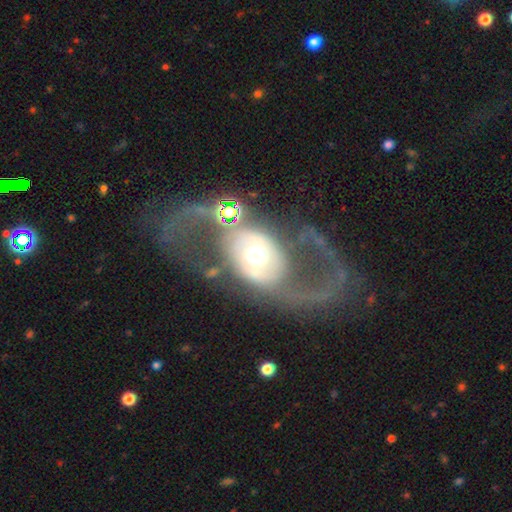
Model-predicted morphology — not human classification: This is likely a featured or disk galaxy (69%). It is clearly not viewed edge-on (93%). Bar: likely no (73%). Spiral arm pattern: possibly no (52%). Central bulge: possibly moderate (56%). Merging: possibly none (46%).